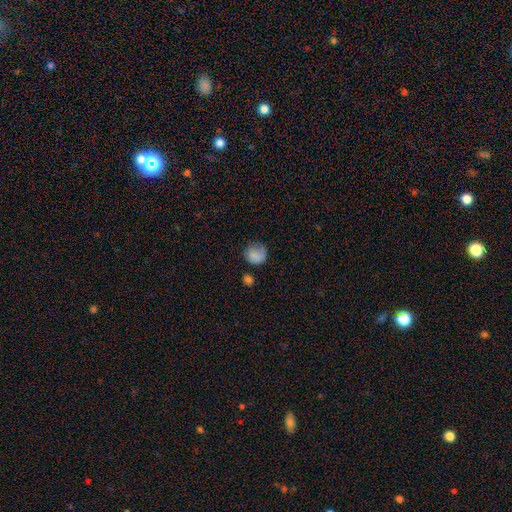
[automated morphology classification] This is clearly a smooth galaxy (82%). How rounded: clearly round (81%). Merging: possibly none (56%).